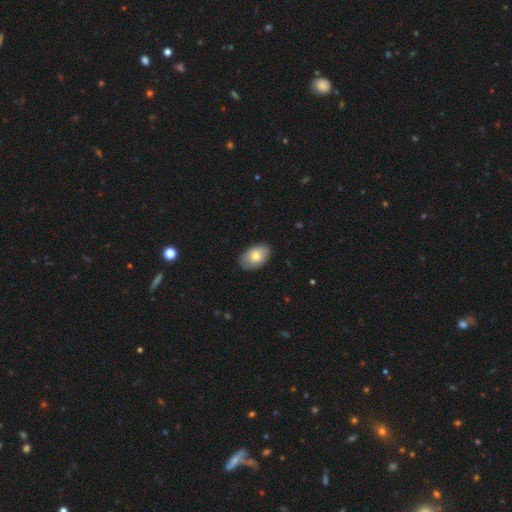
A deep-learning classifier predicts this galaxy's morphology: This is likely a smooth galaxy (74%). How rounded: clearly in between (90%). Merging: clearly none (84%).